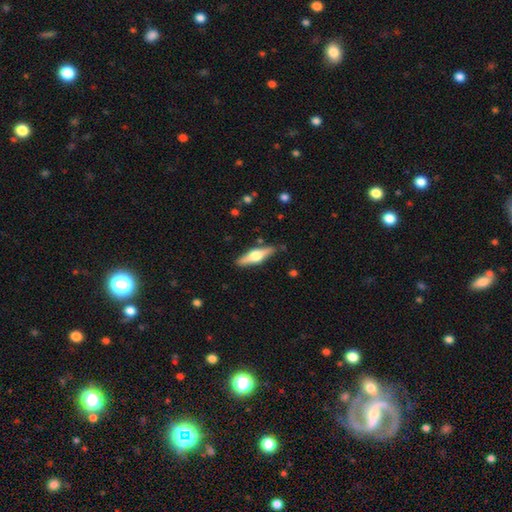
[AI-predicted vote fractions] featured or disk 61%, smooth 34%, star or artifact 5%. Down the decision tree: edge-on disk — yes (95%); edge-on bulge — rounded (94%); merging — none (86%).